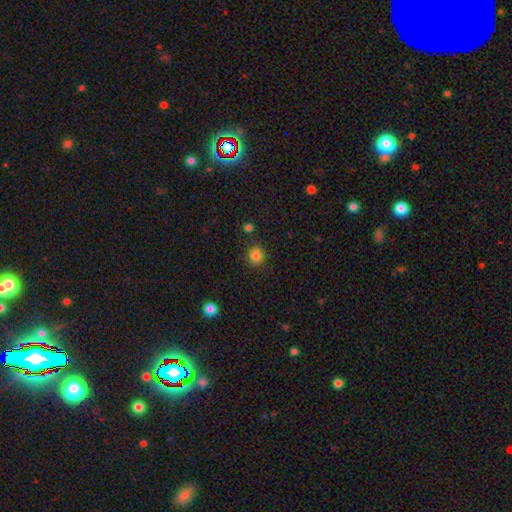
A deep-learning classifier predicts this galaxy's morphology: A smooth galaxy with no disk features (82%) that is round (86%).

Vote fractions:
- Smooth or featured? smooth: 82% / star or artifact: 13% / featured or disk: 5%
- How rounded? round: 86% / in between: 13% / cigar-shaped: 1%
- Merging? none: 84% / minor disturbance: 10% / merger: 3% / major disturbance: 3%